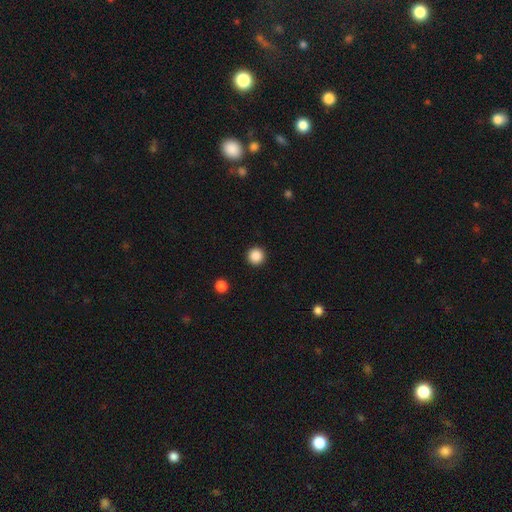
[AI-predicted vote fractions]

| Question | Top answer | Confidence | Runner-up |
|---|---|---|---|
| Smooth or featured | smooth | 87% | star or artifact (10%) |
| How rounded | round | 96% | in between (3%) |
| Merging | none | 93% | minor disturbance (4%) |